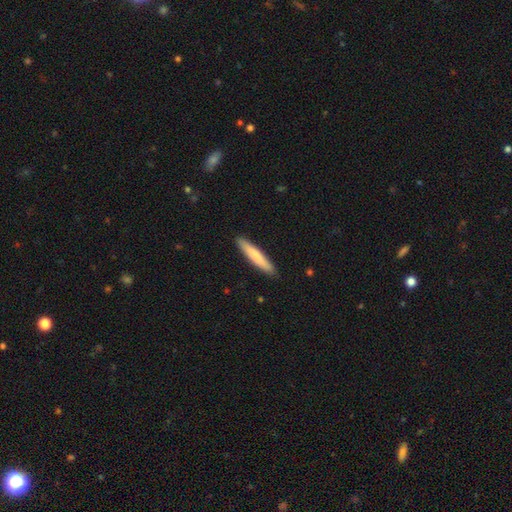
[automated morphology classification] A smooth galaxy with no disk features (77%) that is cigar-shaped (92%). Merging: none (91%).